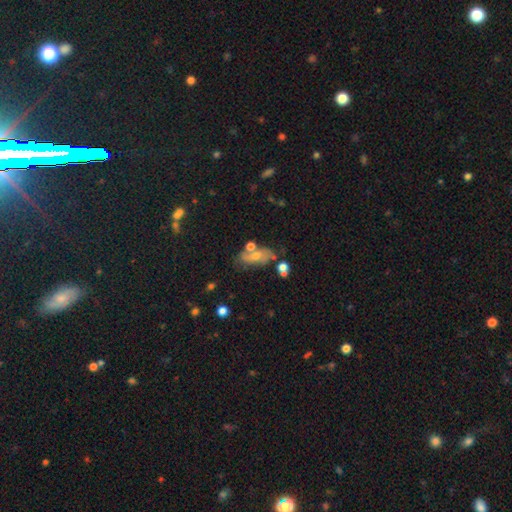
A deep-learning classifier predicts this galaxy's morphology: smooth_or_featured: smooth (p=0.47) [alt: featured or disk p=0.39]
merging: none (p=0.58) [alt: minor disturbance p=0.18]